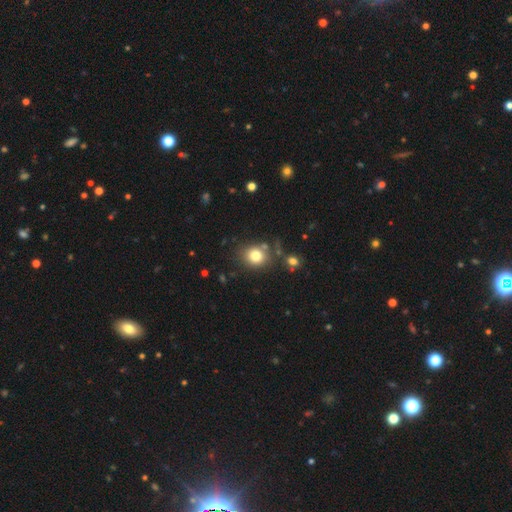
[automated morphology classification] This appears to be a smooth galaxy with no disk features (79%) that is round (76%). Merging: none (73%).